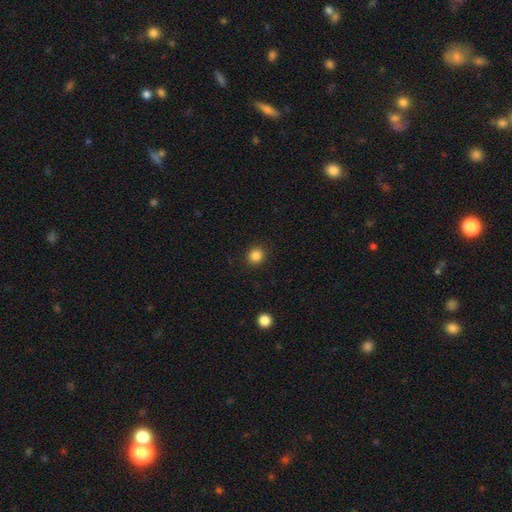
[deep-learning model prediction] Smooth or featured? Predicted: smooth (p=0.85). How rounded? Predicted: round (p=0.85). Merging? Predicted: none (p=0.91).